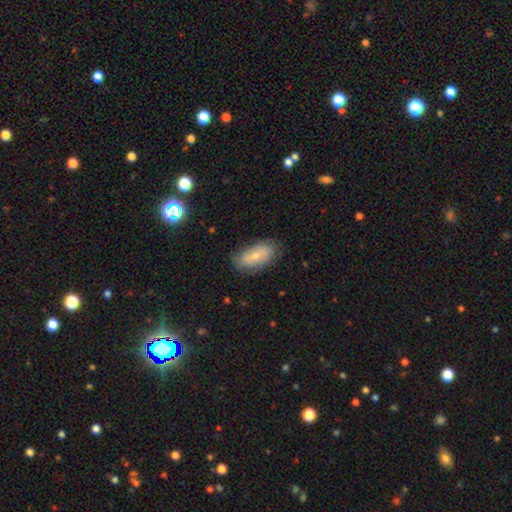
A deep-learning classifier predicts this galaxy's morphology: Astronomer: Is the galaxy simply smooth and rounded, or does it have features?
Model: smooth — 52% (runner-up: featured or disk, 41%).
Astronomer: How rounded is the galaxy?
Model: in between — 90%.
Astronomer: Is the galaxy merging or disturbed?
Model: none — 77%.